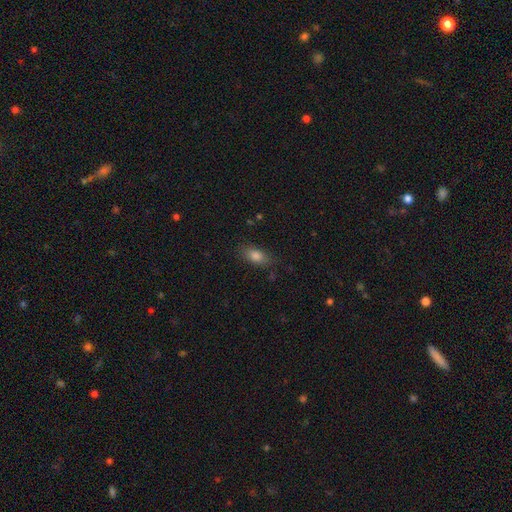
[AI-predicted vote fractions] Morphology: type=smooth (82%); roundness=in between (85%); merging=none (82%).